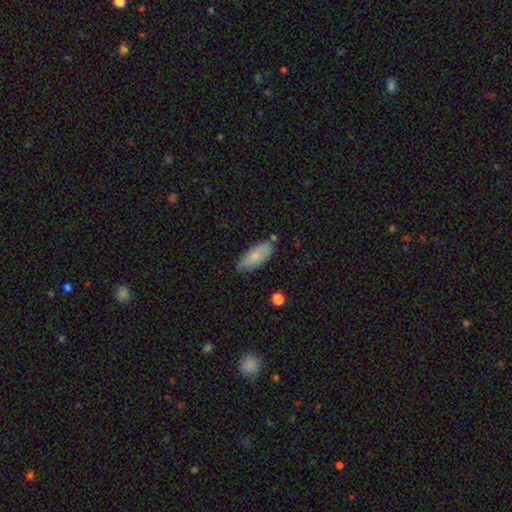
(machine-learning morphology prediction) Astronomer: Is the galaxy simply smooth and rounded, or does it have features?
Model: smooth — 77%.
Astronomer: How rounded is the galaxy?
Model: in between — 83%.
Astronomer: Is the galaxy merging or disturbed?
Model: none — 77%.